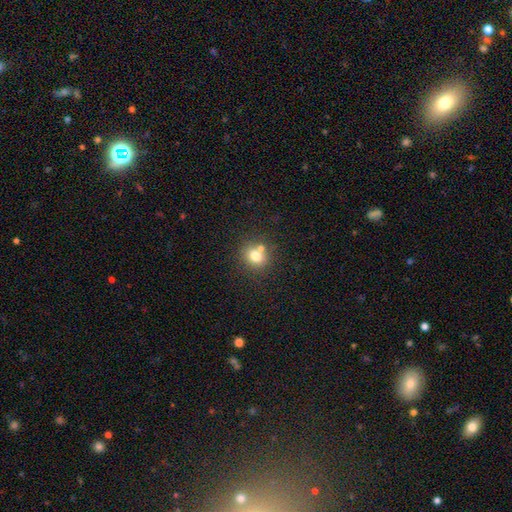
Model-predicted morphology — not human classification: This appears to be a smooth galaxy with no disk features (76%) that is round (78%). Merging: none (64%).